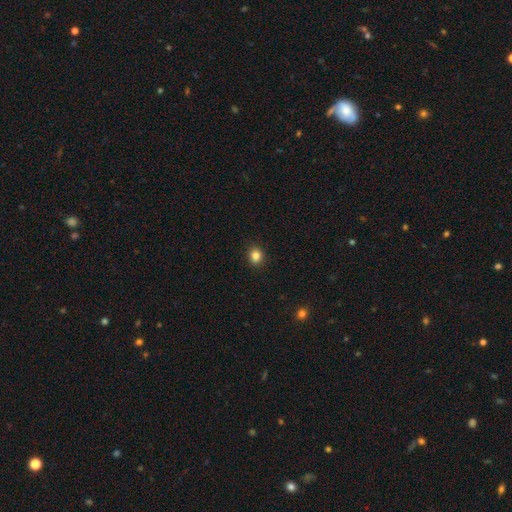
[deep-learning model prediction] Q: Smooth or featured?
A: smooth (83%); runner-up: star or artifact (12%)
Q: How rounded?
A: round (76%); runner-up: in between (23%)
Q: Merging?
A: none (91%); runner-up: minor disturbance (6%)